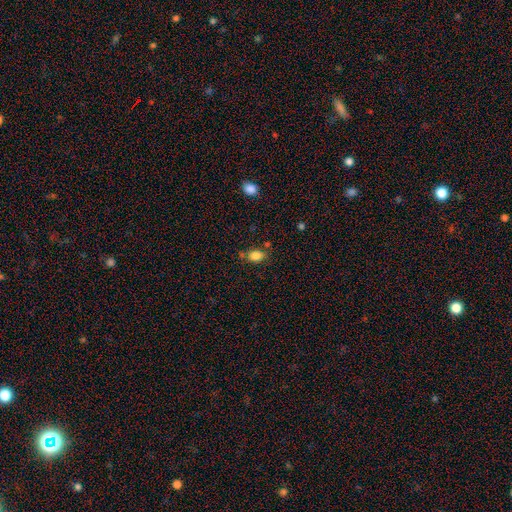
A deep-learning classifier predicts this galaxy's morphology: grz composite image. It shows a smooth galaxy with no disk features (84%) that is in between round and cigar-shaped (78%). Merging: none (69%).